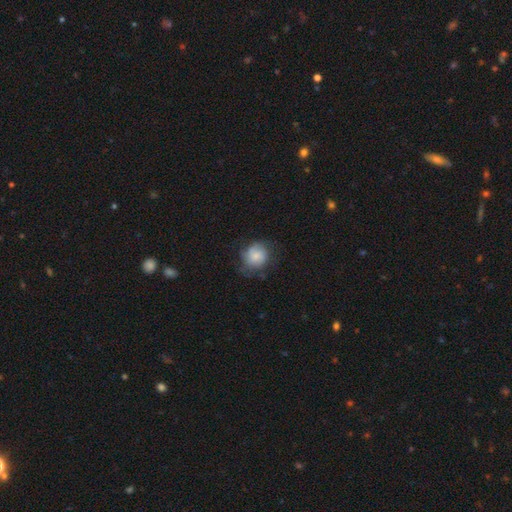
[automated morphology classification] Smooth or featured: smooth — 64% (featured or disk — 28%)
How rounded: round — 79% (in between — 20%)
Merging: none — 58% (minor disturbance — 27%)